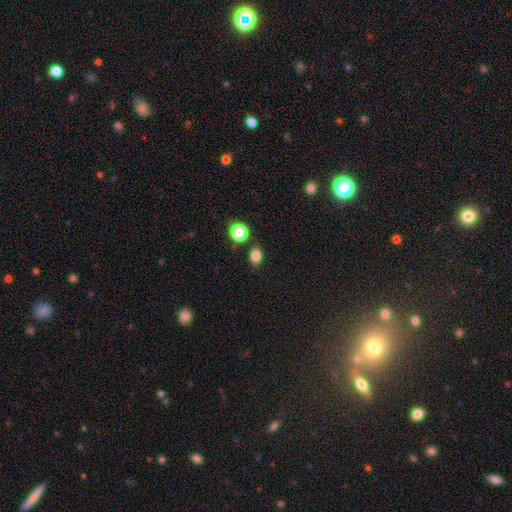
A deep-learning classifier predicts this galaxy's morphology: smooth 83%, star or artifact 13%, featured or disk 5%. Down the decision tree: how rounded — in between (61%); merging — none (82%).